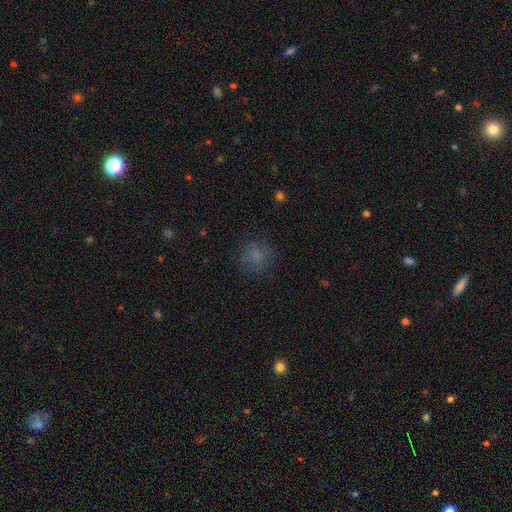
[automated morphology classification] A smooth galaxy with no disk features (75%) that is round (85%).

Vote fractions:
- Smooth or featured? smooth: 75% / star or artifact: 16% / featured or disk: 9%
- How rounded? round: 85% / in between: 14% / cigar-shaped: 1%
- Merging? none: 78% / minor disturbance: 14% / major disturbance: 7% / merger: 1%